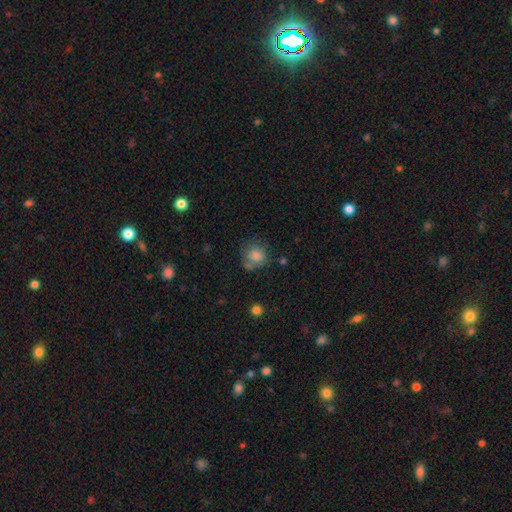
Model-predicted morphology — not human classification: type=smooth (80%); roundness=round (82%); merging=none (57%).